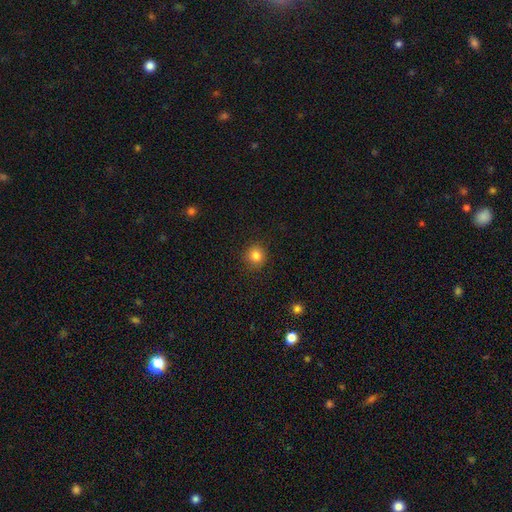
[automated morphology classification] Smooth or featured? smooth (84%)
How rounded? round (91%)
Merging? none (89%)